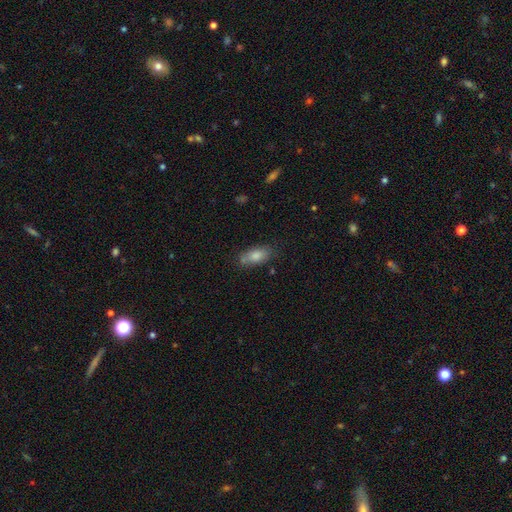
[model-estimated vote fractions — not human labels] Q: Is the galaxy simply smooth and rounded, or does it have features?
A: smooth — 80%.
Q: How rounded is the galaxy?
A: in between — 85%.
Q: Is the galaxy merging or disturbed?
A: none — 64%.